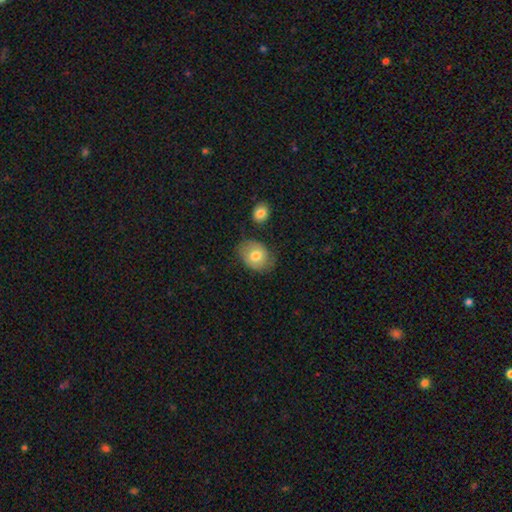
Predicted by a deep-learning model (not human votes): smooth_or_featured: smooth (p=0.68) [alt: featured or disk p=0.24]
how_rounded: in between (p=0.61) [alt: round p=0.38]
merging: none (p=0.68) [alt: minor disturbance p=0.22]